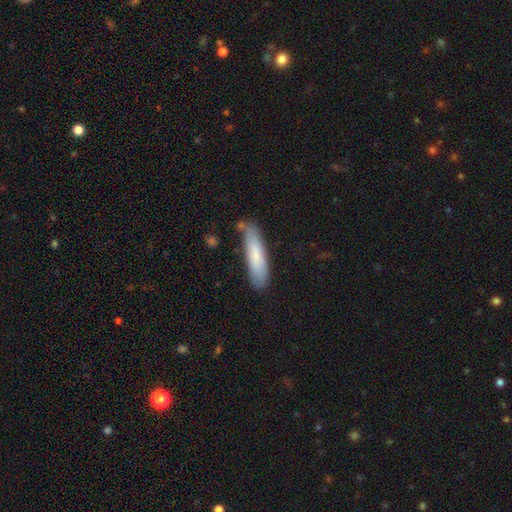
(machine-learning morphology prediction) Smooth or featured?
  - smooth: 79% *
  - featured or disk: 15%
  - star or artifact: 6%
How rounded?
  - cigar-shaped: 74% *
  - in between: 25%
  - round: 1%
Merging?
  - none: 71% *
  - minor disturbance: 20%
  - merger: 5%
  - major disturbance: 4%